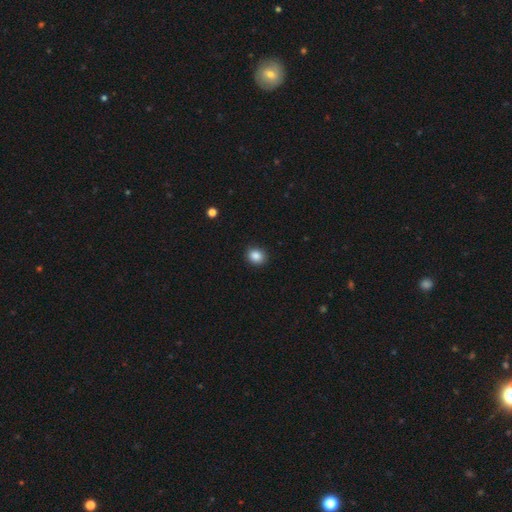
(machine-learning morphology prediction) This is clearly a smooth galaxy (87%). How rounded: likely round (69%). Merging: clearly none (90%).